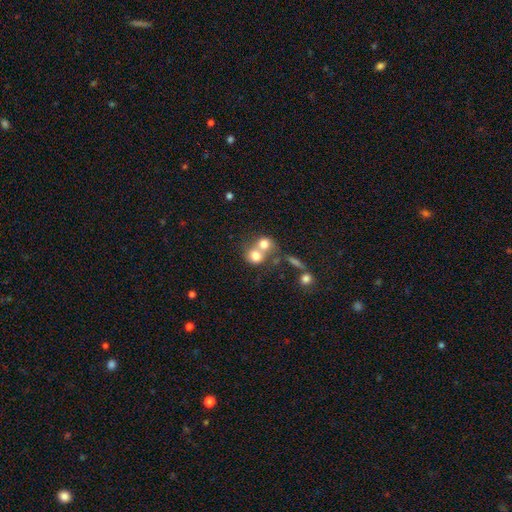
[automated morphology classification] This is likely a smooth galaxy (73%). How rounded: likely round (76%). Merging: likely merger (64%).